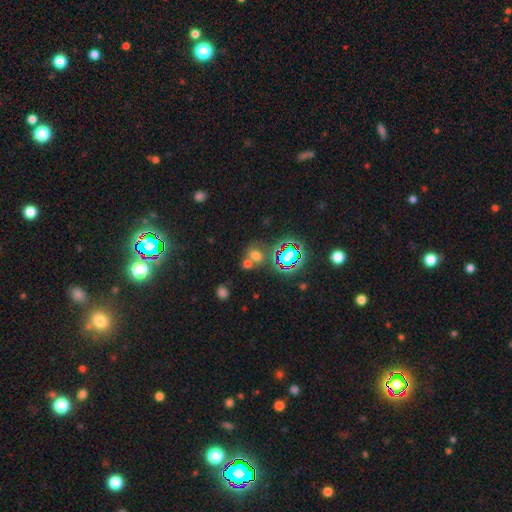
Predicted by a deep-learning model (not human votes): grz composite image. It shows a smooth galaxy with no disk features (53%) that is round (57%). Merging: none (49%).